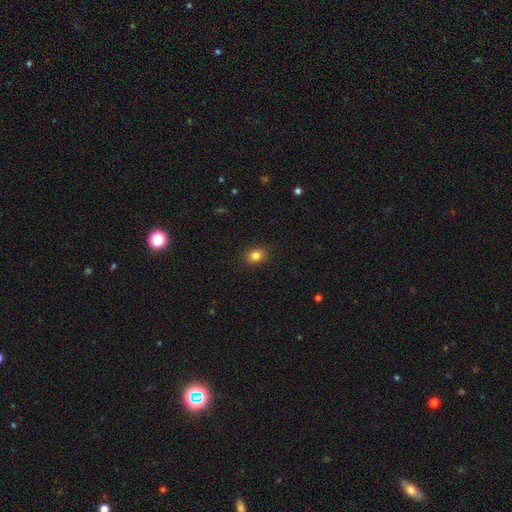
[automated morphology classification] type=smooth (84%); roundness=in between (56%); merging=none (89%).